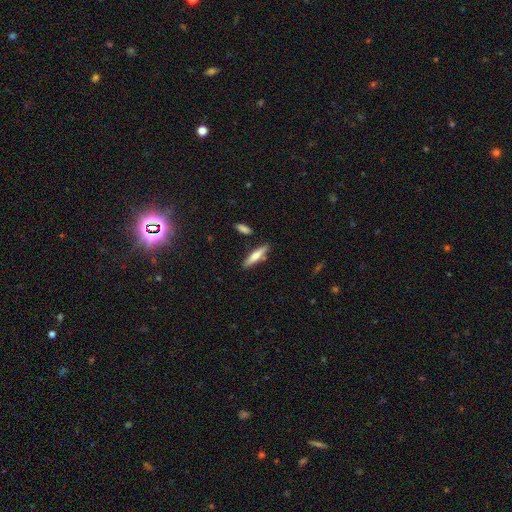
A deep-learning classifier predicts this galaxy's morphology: A smooth galaxy with no disk features (62%) that is cigar-shaped (79%). Merging: none (82%).